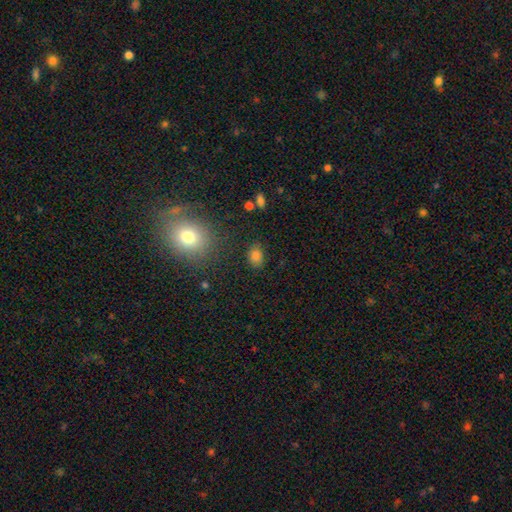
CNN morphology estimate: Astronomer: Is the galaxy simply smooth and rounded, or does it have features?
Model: smooth — 81%.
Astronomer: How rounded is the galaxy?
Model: in between — 68%.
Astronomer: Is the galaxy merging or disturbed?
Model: none — 81%.